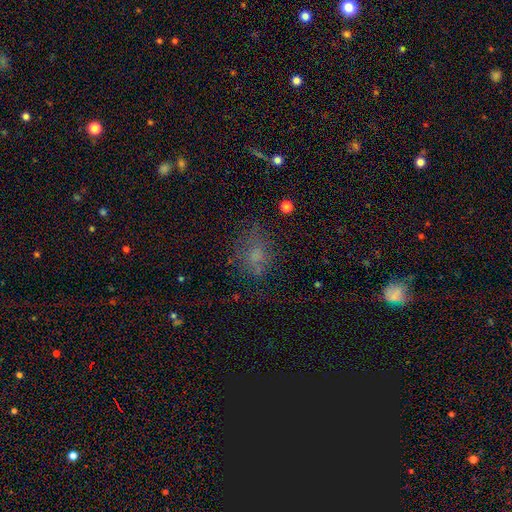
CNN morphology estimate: A smooth galaxy with no disk features (60%) that is in between round and cigar-shaped (55%). Merging: none (60%).